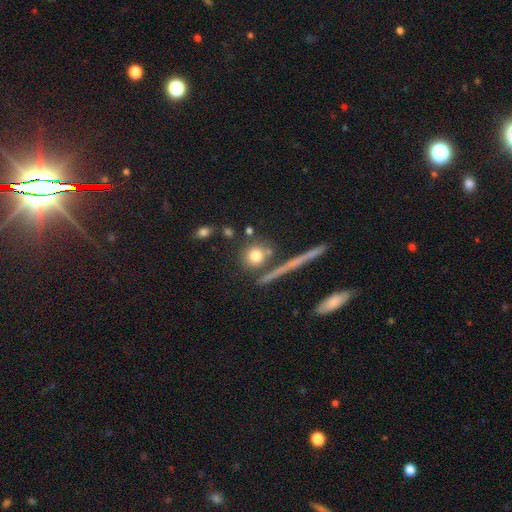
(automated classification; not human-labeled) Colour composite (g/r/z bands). It shows a smooth galaxy with no disk features (76%) that is round (83%). Merging: none (74%).